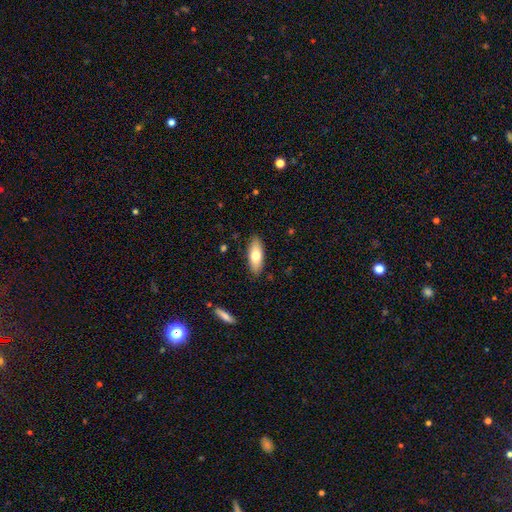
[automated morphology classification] type=smooth (71%); roundness=in between (71%); merging=none (88%).